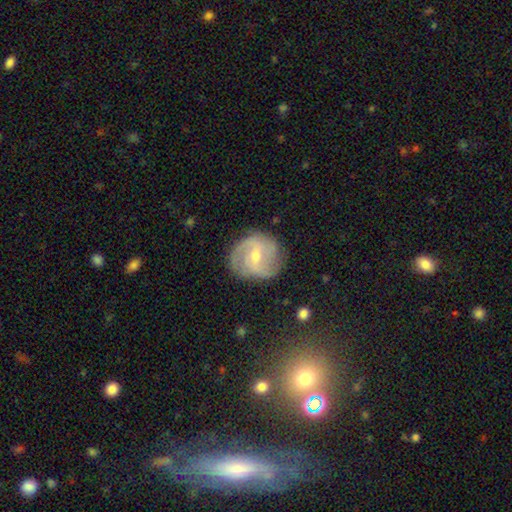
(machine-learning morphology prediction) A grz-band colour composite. It shows a featured or disk galaxy (78%) with a weak bar (53%), 2 (58%) medium (44%) spiral arms (91%) and a small central bulge (52%). Merging: none (78%).